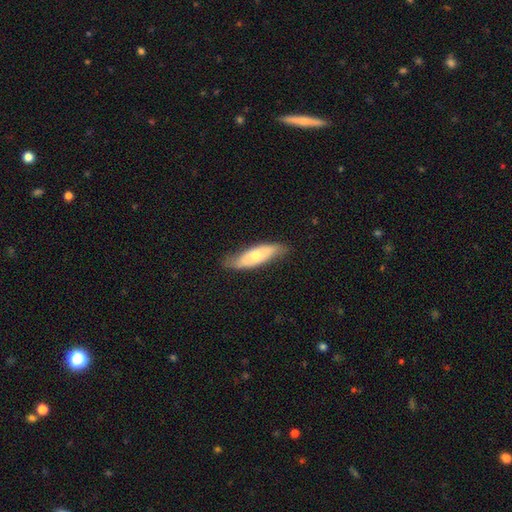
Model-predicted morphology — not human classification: Q: Smooth or featured?
A: smooth (54%); runner-up: featured or disk (41%)
Q: How rounded?
A: in between (57%); runner-up: cigar-shaped (41%)
Q: Merging?
A: none (71%); runner-up: minor disturbance (22%)